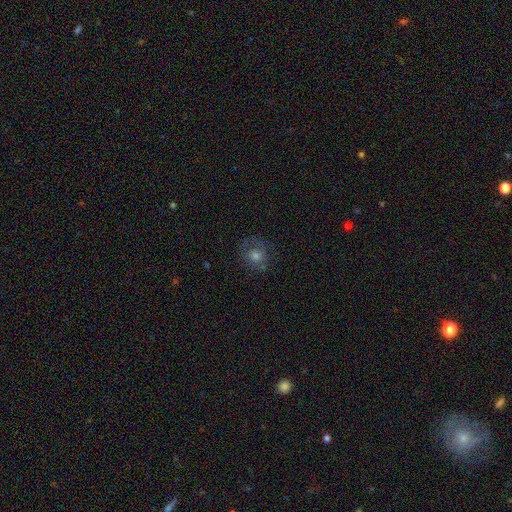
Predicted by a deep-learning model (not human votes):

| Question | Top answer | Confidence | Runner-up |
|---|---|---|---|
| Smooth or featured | smooth | 50% | featured or disk (31%) |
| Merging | none | 73% | minor disturbance (16%) |